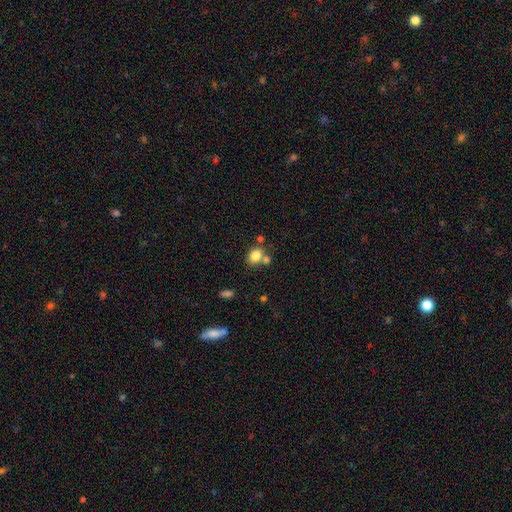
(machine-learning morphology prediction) smooth-or-featured: smooth: 81% | star or artifact: 11% | featured or disk: 8%
  how-rounded: round: 50% | in between: 49% | cigar-shaped: 1%
  merging: none: 56% | merger: 28% | minor disturbance: 12% | major disturbance: 4%